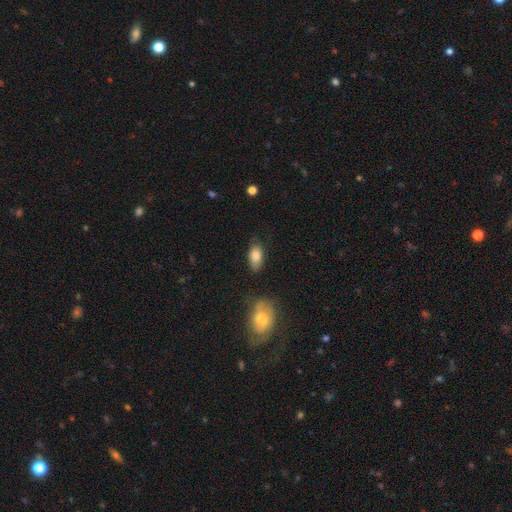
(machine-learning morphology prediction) Smooth or featured: smooth — 83% (featured or disk — 9%)
How rounded: in between — 91% (round — 5%)
Merging: none — 72% (minor disturbance — 20%)